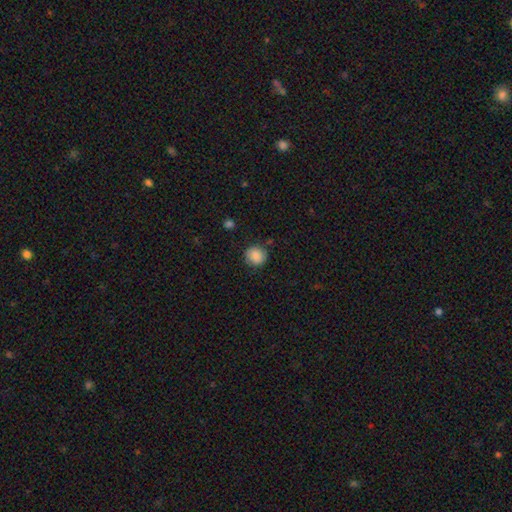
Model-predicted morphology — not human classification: A smooth galaxy with no disk features (87%) that is round (86%). Merging: none (83%).